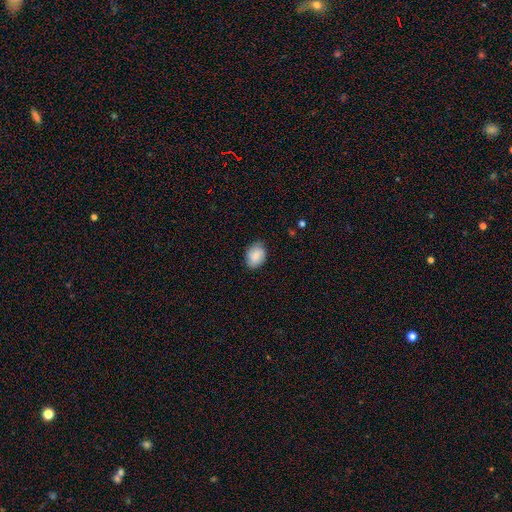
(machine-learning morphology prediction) Smooth or featured: smooth — 82% (featured or disk — 11%)
How rounded: in between — 71% (round — 28%)
Merging: none — 78% (minor disturbance — 18%)